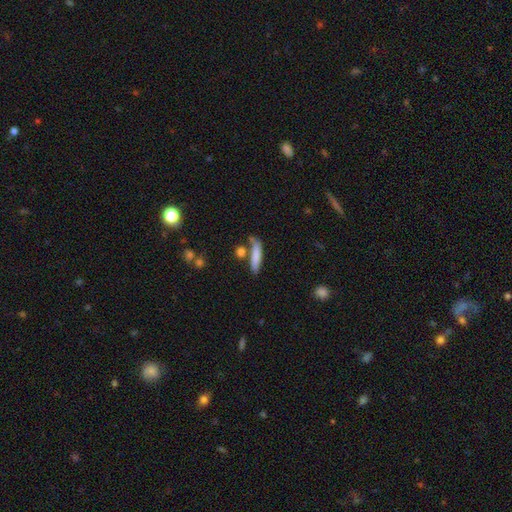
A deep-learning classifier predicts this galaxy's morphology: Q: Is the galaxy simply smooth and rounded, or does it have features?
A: smooth — 80%.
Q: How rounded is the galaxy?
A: cigar-shaped — 80%.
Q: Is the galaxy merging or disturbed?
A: none — 66%.